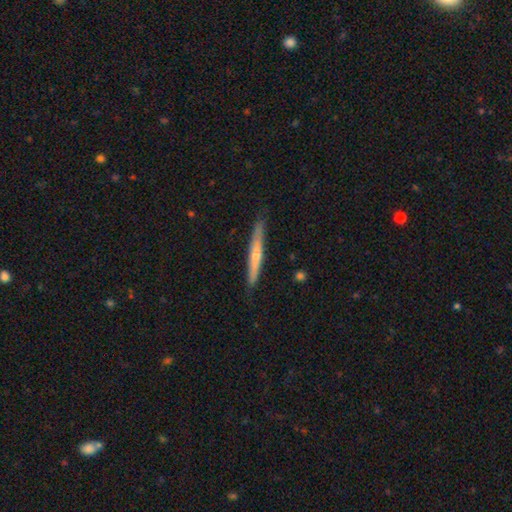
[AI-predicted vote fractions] smooth_or_featured: featured or disk (p=0.49) [alt: smooth p=0.46]
merging: none (p=0.86) [alt: minor disturbance p=0.11]